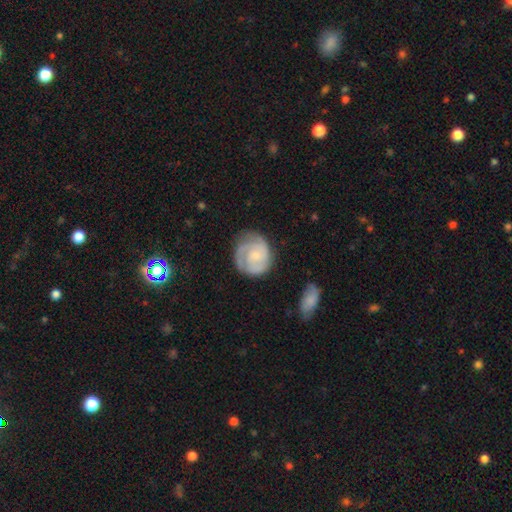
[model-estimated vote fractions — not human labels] Smooth or featured?
  - featured or disk: 69% *
  - smooth: 26%
  - star or artifact: 6%
Edge-on disk?
  - no: 98% *
  - yes: 2%
Bar?
  - no: 70% *
  - weak: 26%
  - strong: 4%
Spiral arms?
  - yes: 93% *
  - no: 7%
Spiral winding?
  - tight: 59% *
  - medium: 32%
  - loose: 9%
Spiral arm count?
  - 2: 33% *
  - 3: 26%
  - can't tell: 24%
  - 1: 9%
  - 4: 4%
  - more than 4: 4%
Bulge size?
  - small: 50% *
  - moderate: 25%
  - none: 19%
  - large: 4%
  - dominant: 1%
Merging?
  - none: 67% *
  - minor disturbance: 21%
  - major disturbance: 10%
  - merger: 2%